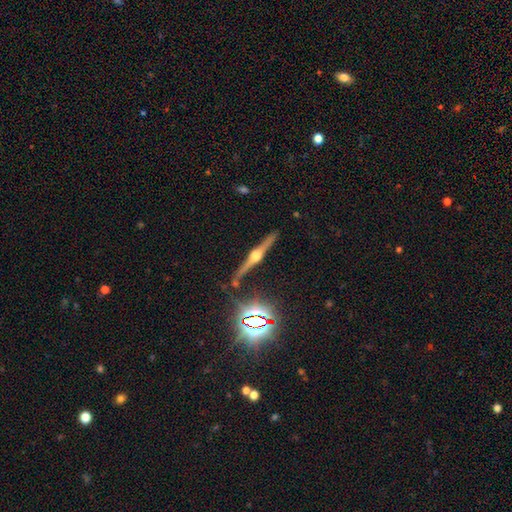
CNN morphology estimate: Overall: featured or disk (82%). Edge-on disk: yes (98%). Edge-on bulge: rounded (95%). Merging: none (86%).